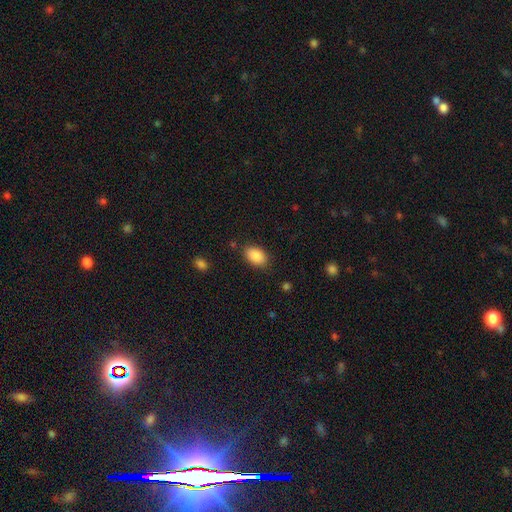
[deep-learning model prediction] The model was most divided on "merging": none: 84%, minor disturbance: 11%, major disturbance: 3%, merger: 2%. More confident: how rounded — in between (90%); smooth or featured — smooth (88%).